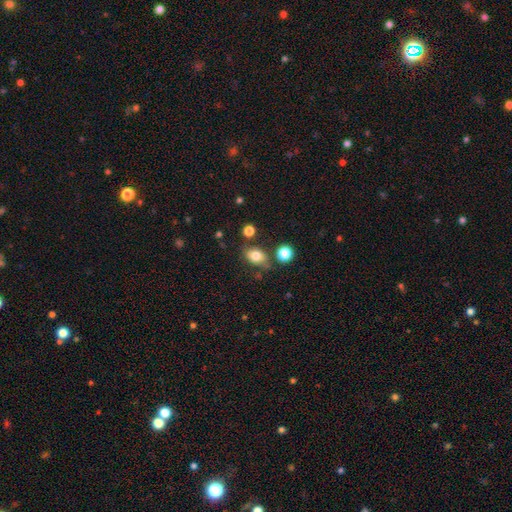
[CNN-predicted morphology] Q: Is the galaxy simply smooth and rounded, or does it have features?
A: smooth — 78%.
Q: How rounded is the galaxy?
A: in between — 78%.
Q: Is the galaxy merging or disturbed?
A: none — 68%.